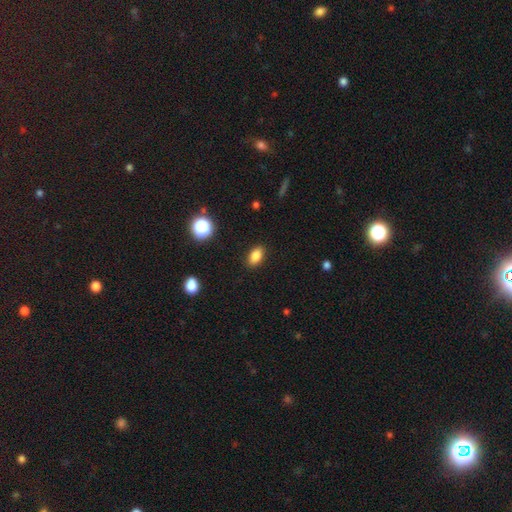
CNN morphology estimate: Smooth or featured?
  - smooth: 84% *
  - star or artifact: 10%
  - featured or disk: 6%
How rounded?
  - in between: 87% *
  - round: 10%
  - cigar-shaped: 3%
Merging?
  - none: 89% *
  - minor disturbance: 8%
  - major disturbance: 2%
  - merger: 1%